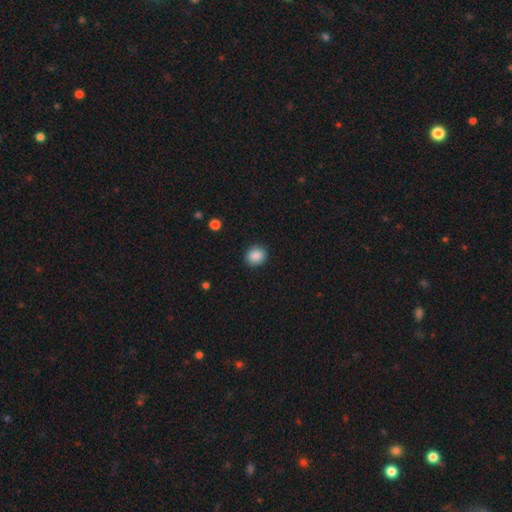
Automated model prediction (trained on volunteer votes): The model was most divided on "how rounded": round: 66%, in between: 33%, cigar-shaped: 1%. More confident: merging — none (89%); smooth or featured — smooth (88%).